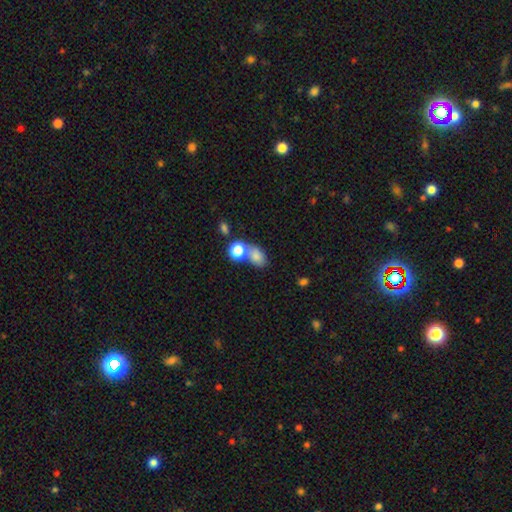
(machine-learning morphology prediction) Overall: smooth (79%). How rounded: in between (70%). Merging: merger (43%; none 39%).